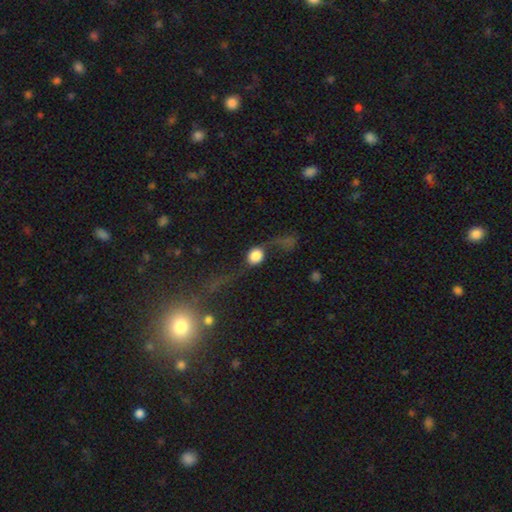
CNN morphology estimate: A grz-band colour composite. It shows a smooth galaxy with no disk features (57%) that is round (74%). Merging: none (37%).